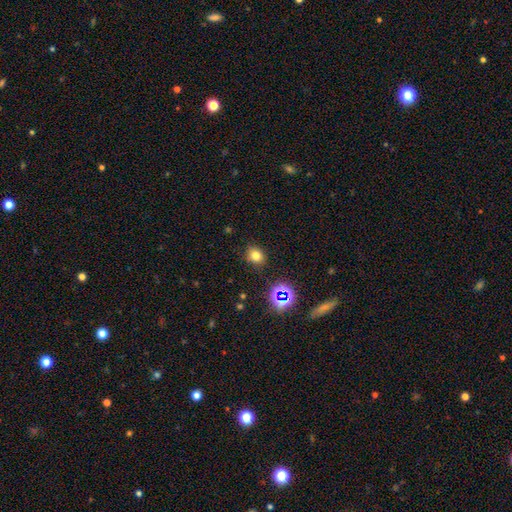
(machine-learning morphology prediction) Smooth or featured: smooth — 73% (star or artifact — 20%)
How rounded: round — 67% (in between — 32%)
Merging: none — 85% (minor disturbance — 10%)